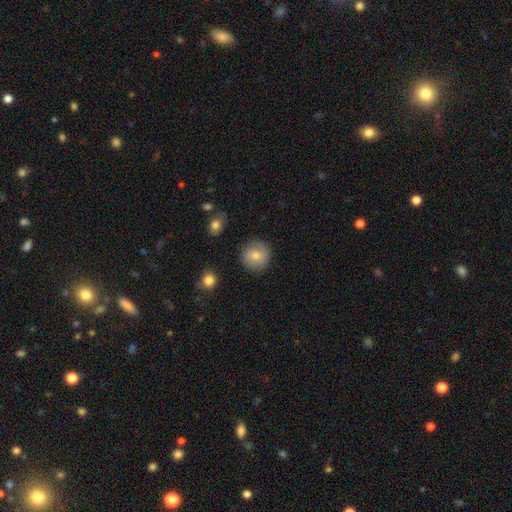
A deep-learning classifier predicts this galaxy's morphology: Smooth or featured?
  - smooth: 73% *
  - featured or disk: 20%
  - star or artifact: 7%
How rounded?
  - round: 93% *
  - in between: 6%
  - cigar-shaped: 1%
Merging?
  - none: 86% *
  - minor disturbance: 10%
  - major disturbance: 3%
  - merger: 1%